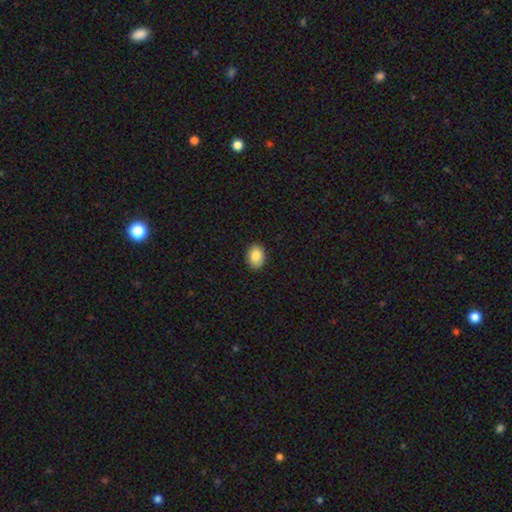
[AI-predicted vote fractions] Smooth or featured? Predicted: smooth (p=0.85). How rounded? Predicted: in between (p=0.70). Merging? Predicted: none (p=0.90).